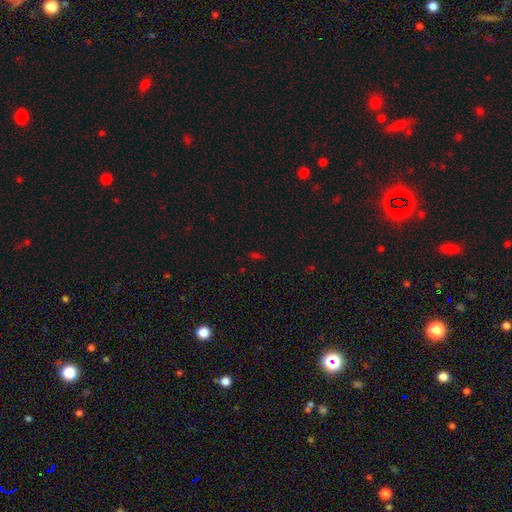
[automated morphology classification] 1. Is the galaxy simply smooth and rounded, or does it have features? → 53% star or artifact, 38% smooth, 10% featured or disk.